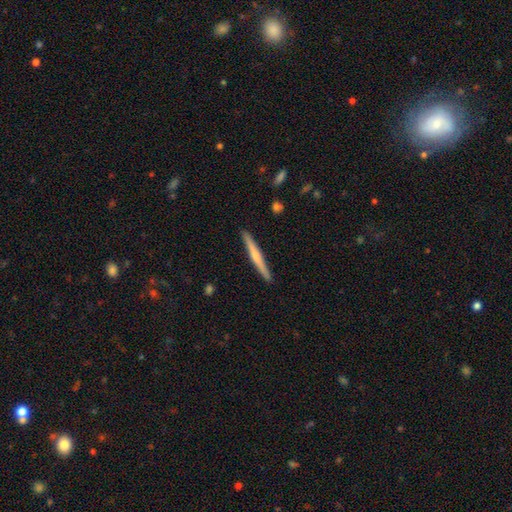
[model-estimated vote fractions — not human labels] Smooth or featured: featured or disk — 53% (smooth — 41%)
Edge-on disk: yes — 98% (no — 2%)
Edge-on bulge: rounded — 60% (none — 32%)
Merging: none — 91% (minor disturbance — 6%)